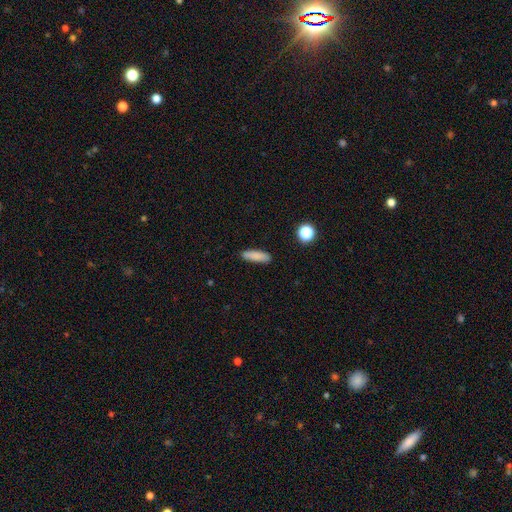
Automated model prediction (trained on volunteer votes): A smooth galaxy with no disk features (84%) that is cigar-shaped (56%).

Vote fractions:
- Smooth or featured? smooth: 84% / star or artifact: 8% / featured or disk: 7%
- How rounded? cigar-shaped: 56% / in between: 42% / round: 2%
- Merging? none: 84% / minor disturbance: 12% / major disturbance: 2% / merger: 2%